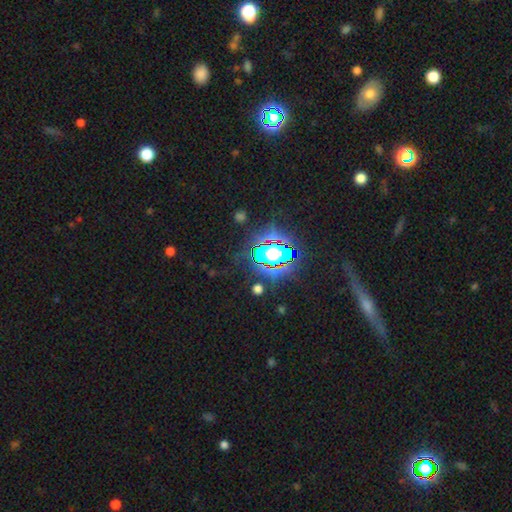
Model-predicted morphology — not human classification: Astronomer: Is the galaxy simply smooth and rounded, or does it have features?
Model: star or artifact — 77%.